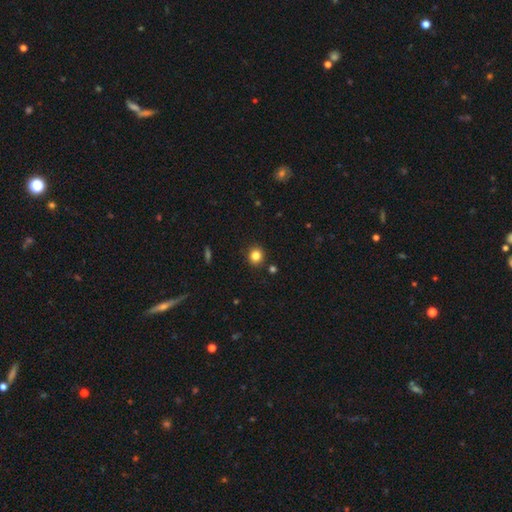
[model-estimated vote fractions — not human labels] This appears to be a smooth galaxy with no disk features (83%) that is round (87%). Merging: none (89%).